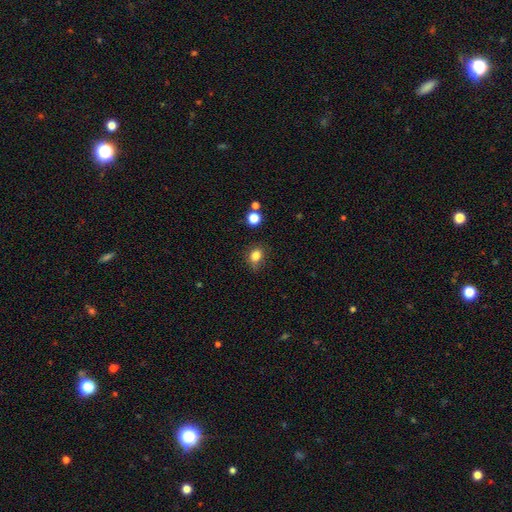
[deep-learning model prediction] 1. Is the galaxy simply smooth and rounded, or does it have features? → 82% smooth, 12% star or artifact, 6% featured or disk.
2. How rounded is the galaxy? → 50% in between, 49% round, 1% cigar-shaped.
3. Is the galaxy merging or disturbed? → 73% none, 20% minor disturbance, 5% major disturbance, 3% merger.